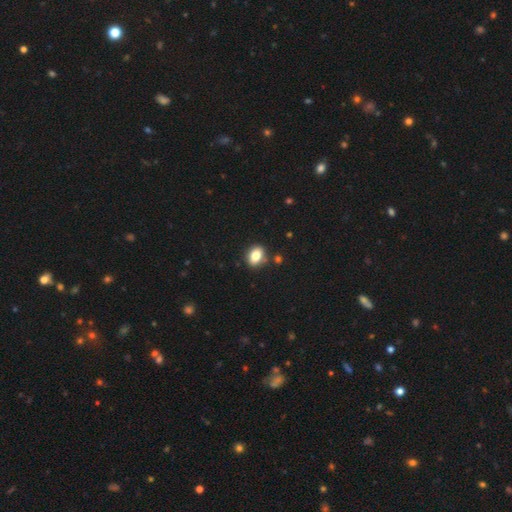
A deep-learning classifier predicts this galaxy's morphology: Smooth or featured? smooth (82%)
How rounded? in between (69%)
Merging? none (83%)